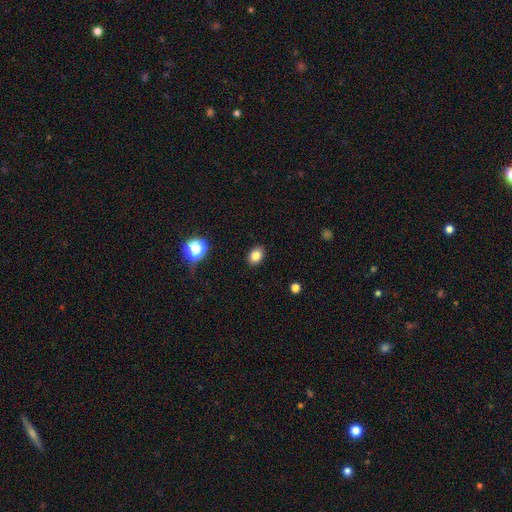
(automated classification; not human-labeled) smooth-or-featured: smooth: 82% | star or artifact: 11% | featured or disk: 7%
  how-rounded: in between: 70% | round: 29% | cigar-shaped: 1%
  merging: none: 89% | minor disturbance: 8% | major disturbance: 2% | merger: 1%